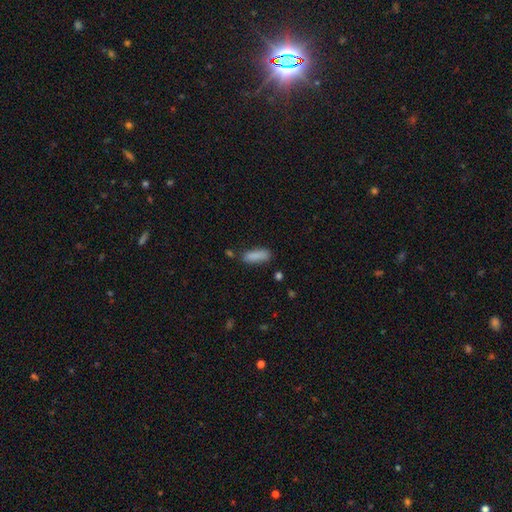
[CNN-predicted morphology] The model was most divided on "how rounded": in between: 58%, cigar-shaped: 40%, round: 2%. More confident: smooth or featured — smooth (87%); merging — none (75%).